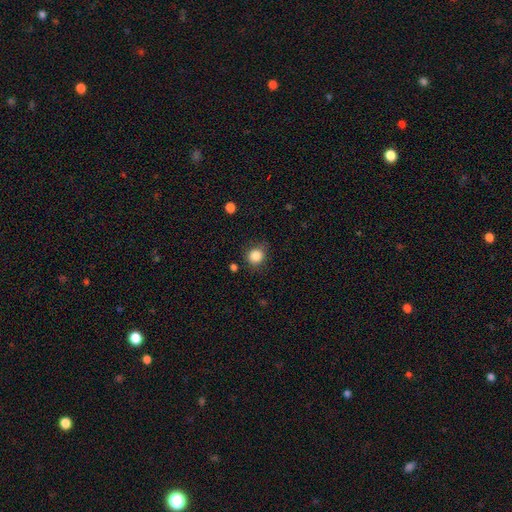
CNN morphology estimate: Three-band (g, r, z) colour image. It shows a smooth galaxy with no disk features (85%) that is round (83%). Merging: none (76%).